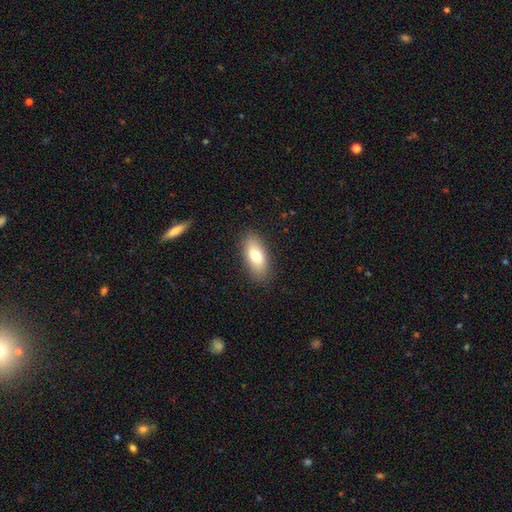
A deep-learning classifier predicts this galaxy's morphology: Smooth or featured? smooth (77%)
How rounded? in between (84%)
Merging? none (87%)